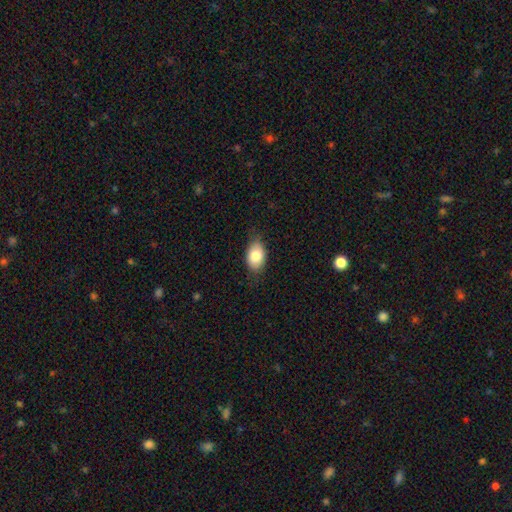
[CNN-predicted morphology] smooth 81%, featured or disk 12%, star or artifact 7%. Down the decision tree: how rounded — in between (86%); merging — none (76%).